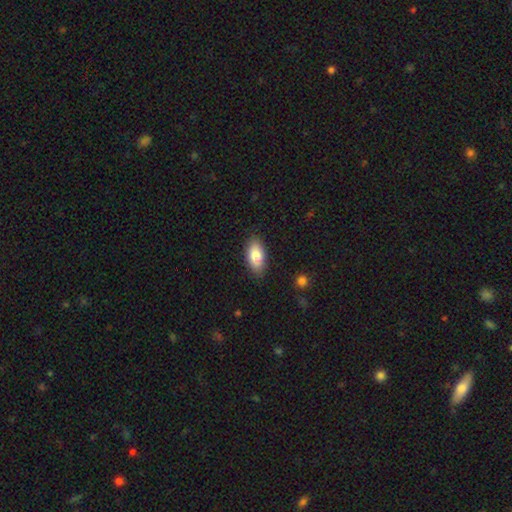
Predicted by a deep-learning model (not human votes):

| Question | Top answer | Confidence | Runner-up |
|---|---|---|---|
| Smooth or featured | smooth | 82% | featured or disk (11%) |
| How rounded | in between | 91% | cigar-shaped (6%) |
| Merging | none | 85% | minor disturbance (12%) |